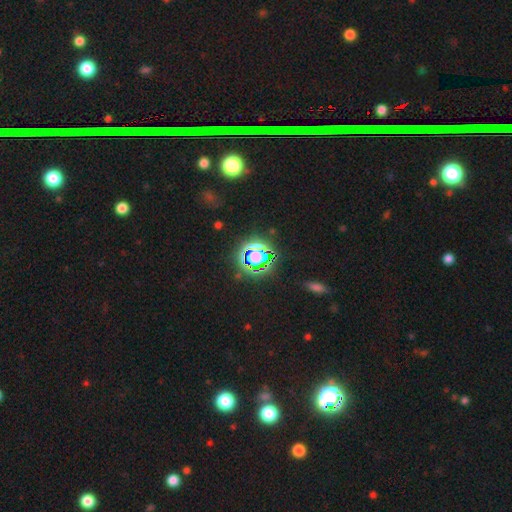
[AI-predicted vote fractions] The model was most divided on "smooth or featured": star or artifact: 69%, smooth: 20%, featured or disk: 10%.